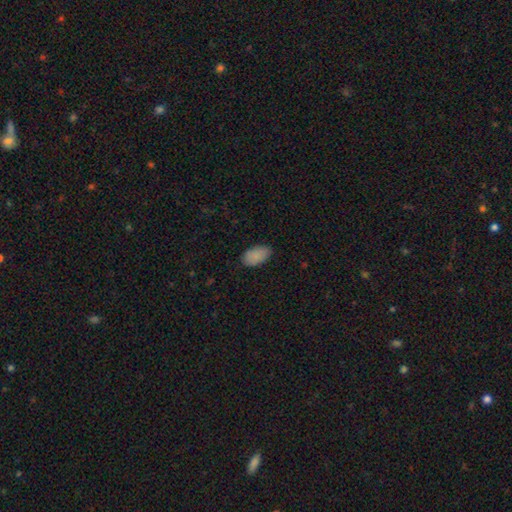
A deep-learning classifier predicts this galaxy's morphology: The model was most divided on "merging": none: 82%, minor disturbance: 14%, major disturbance: 3%, merger: 1%. More confident: how rounded — in between (94%); smooth or featured — smooth (87%).